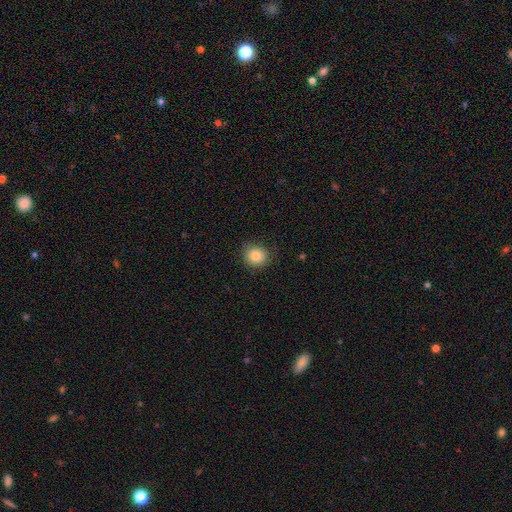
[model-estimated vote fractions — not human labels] Morphology: type=smooth (84%); roundness=round (83%); merging=none (83%).